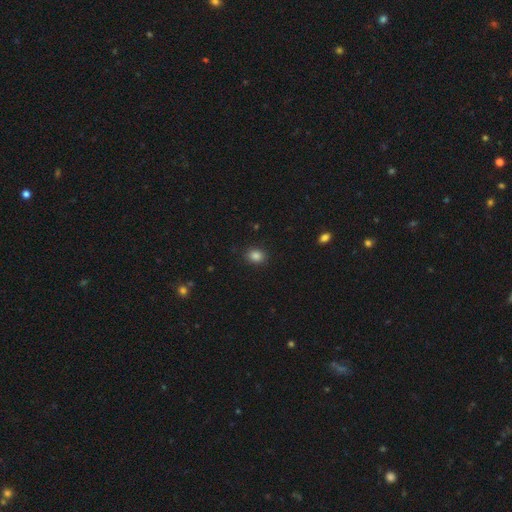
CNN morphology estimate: This appears to be a smooth galaxy with no disk features (85%) that is round (52%). Merging: none (89%).